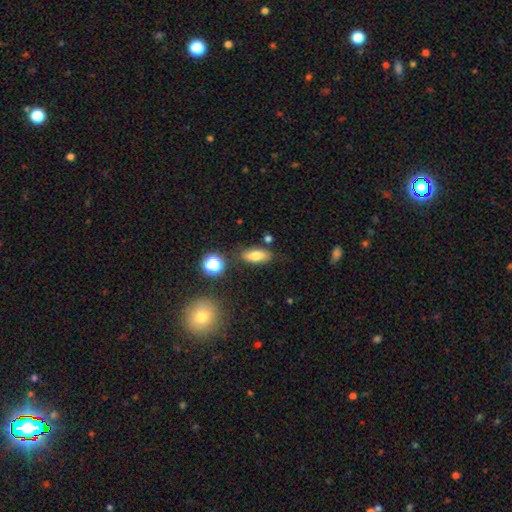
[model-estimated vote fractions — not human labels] A smooth galaxy with no disk features (74%) that is in between round and cigar-shaped (77%). Merging: none (81%).